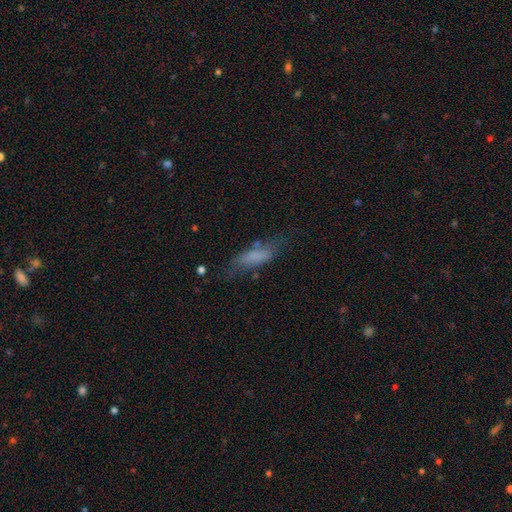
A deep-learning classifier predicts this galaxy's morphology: Smooth or featured?
  - smooth: 66% *
  - featured or disk: 24%
  - star or artifact: 10%
How rounded?
  - cigar-shaped: 50% *
  - in between: 48%
  - round: 2%
Merging?
  - none: 54% *
  - minor disturbance: 26%
  - major disturbance: 16%
  - merger: 4%